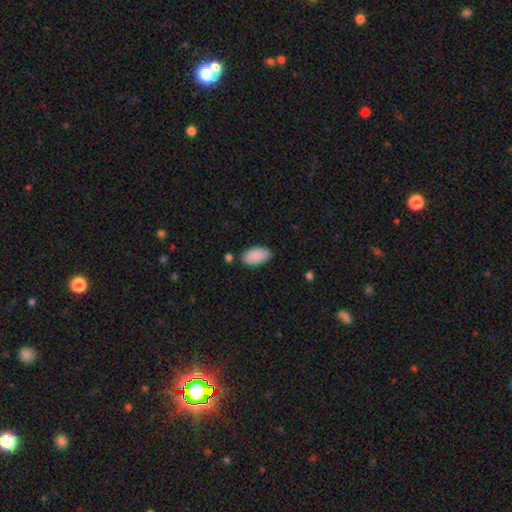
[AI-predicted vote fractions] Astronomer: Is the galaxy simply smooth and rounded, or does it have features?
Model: smooth — 89%.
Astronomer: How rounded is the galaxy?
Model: in between — 95%.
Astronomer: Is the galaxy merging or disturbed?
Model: none — 79%.